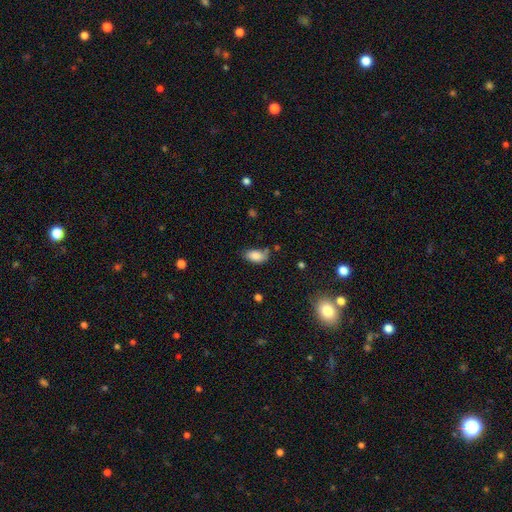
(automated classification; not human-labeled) This is clearly a smooth galaxy (84%). How rounded: clearly in between (92%). Merging: possibly none (57%).